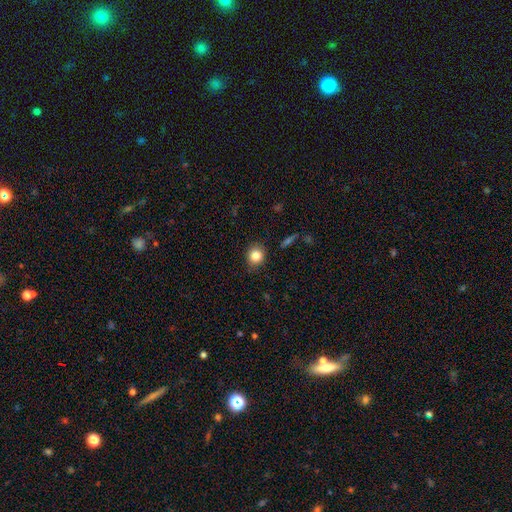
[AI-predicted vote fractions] smooth-or-featured: smooth: 83% | star or artifact: 10% | featured or disk: 6%
  how-rounded: round: 79% | in between: 20% | cigar-shaped: 1%
  merging: none: 84% | minor disturbance: 12% | major disturbance: 3% | merger: 1%